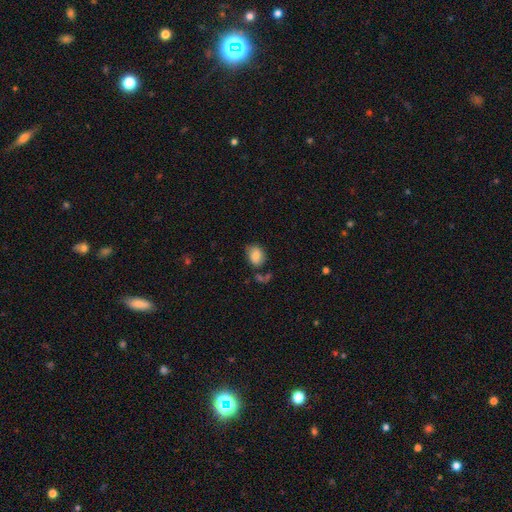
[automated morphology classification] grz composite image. It shows a smooth galaxy with no disk features (82%) that is in between round and cigar-shaped (64%). Merging: none (64%).